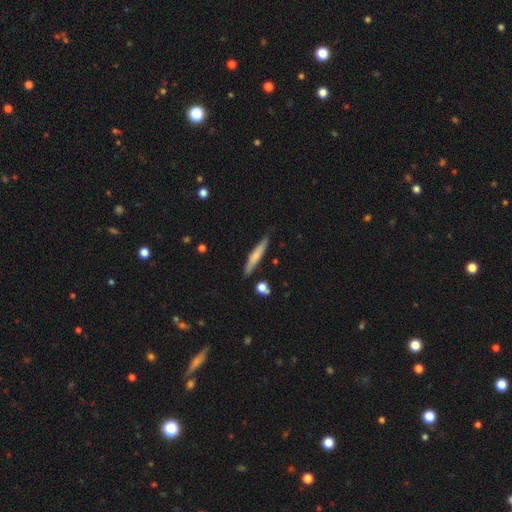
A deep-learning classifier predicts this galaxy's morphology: A smooth galaxy with no disk features (62%) that is cigar-shaped (92%).

Vote fractions:
- Smooth or featured? smooth: 62% / featured or disk: 33% / star or artifact: 6%
- How rounded? cigar-shaped: 92% / in between: 6% / round: 2%
- Merging? none: 83% / minor disturbance: 12% / merger: 3% / major disturbance: 2%